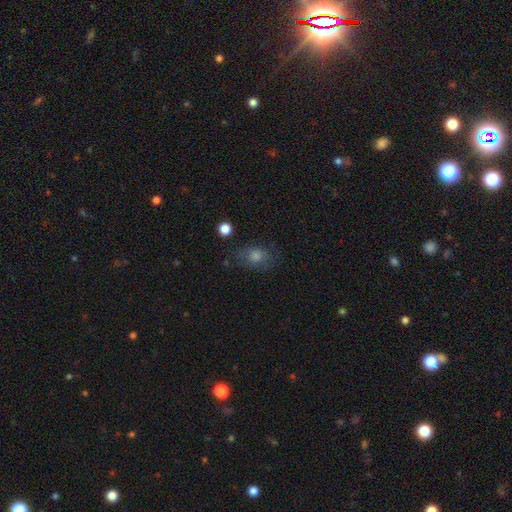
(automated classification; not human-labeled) Q: Smooth or featured?
A: smooth (66%); runner-up: star or artifact (18%)
Q: How rounded?
A: in between (64%); runner-up: round (34%)
Q: Merging?
A: none (73%); runner-up: minor disturbance (18%)